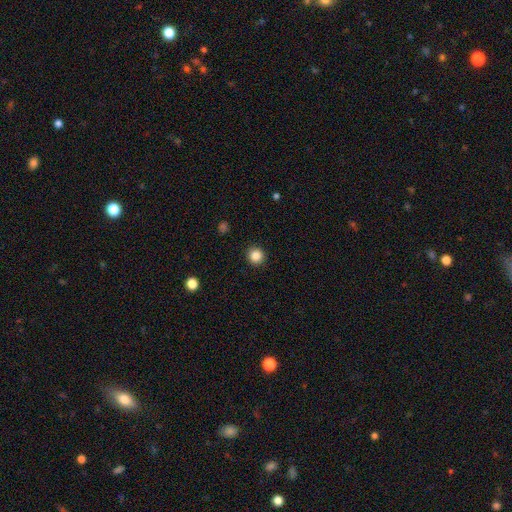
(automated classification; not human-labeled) A smooth galaxy with no disk features (86%) that is round (94%). Merging: none (92%).